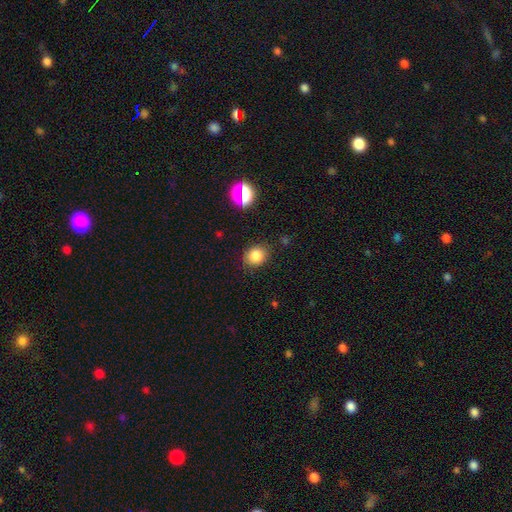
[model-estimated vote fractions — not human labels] Smooth or featured?
  - smooth: 83% *
  - star or artifact: 12%
  - featured or disk: 5%
How rounded?
  - round: 57% *
  - in between: 42%
  - cigar-shaped: 1%
Merging?
  - none: 83% *
  - minor disturbance: 12%
  - major disturbance: 3%
  - merger: 2%